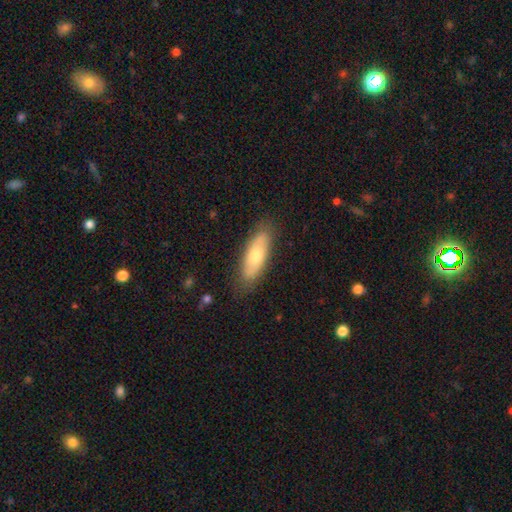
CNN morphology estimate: Smooth or featured? Predicted: smooth (p=0.64). How rounded? Predicted: in between (p=0.65). Merging? Predicted: none (p=0.82).